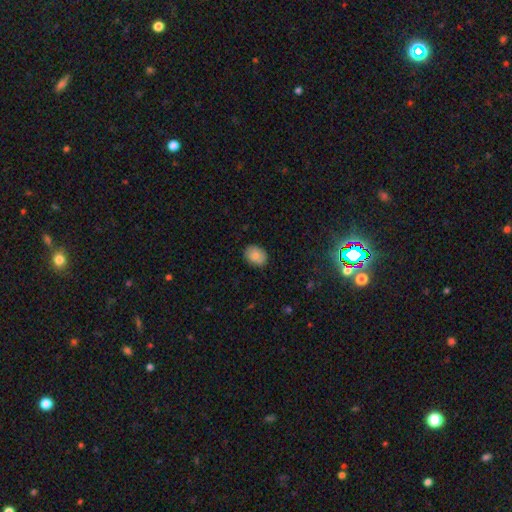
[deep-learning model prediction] The model was most divided on "how rounded": in between: 62%, round: 37%, cigar-shaped: 1%. More confident: smooth or featured — smooth (84%); merging — none (83%).